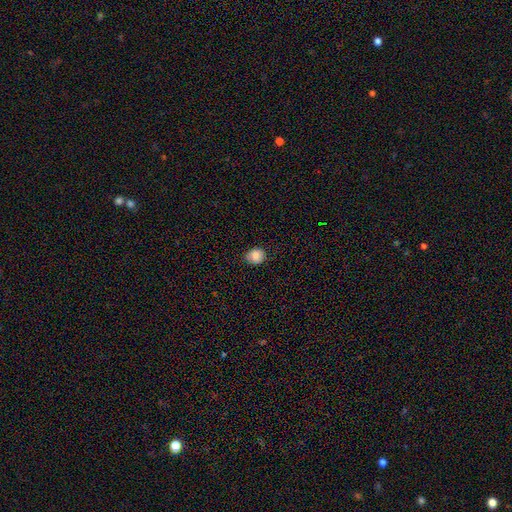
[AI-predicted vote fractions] smooth-or-featured: smooth: 84% | star or artifact: 9% | featured or disk: 7%
  how-rounded: round: 68% | in between: 31% | cigar-shaped: 1%
  merging: none: 83% | minor disturbance: 14% | major disturbance: 2% | merger: 1%